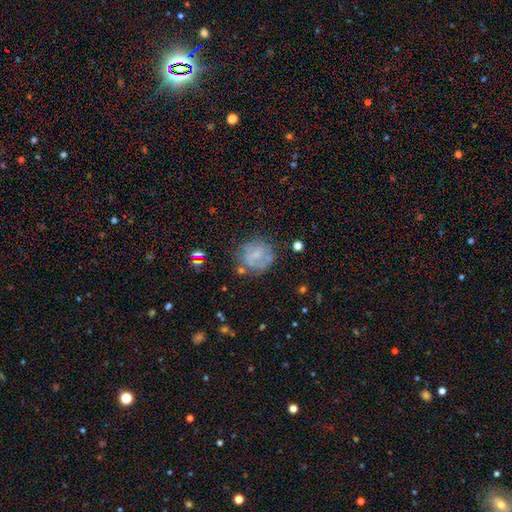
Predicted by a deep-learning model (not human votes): Smooth or featured: smooth — 45% (featured or disk — 42%)
Merging: none — 58% (minor disturbance — 21%)